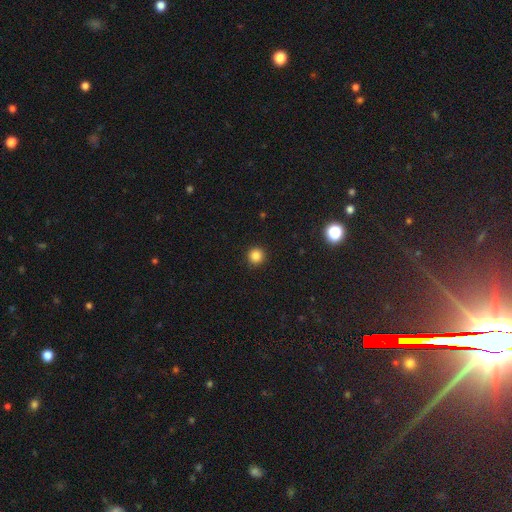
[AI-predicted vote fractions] Q: Smooth or featured?
A: smooth (85%); runner-up: star or artifact (12%)
Q: How rounded?
A: round (95%); runner-up: in between (4%)
Q: Merging?
A: none (93%); runner-up: minor disturbance (5%)